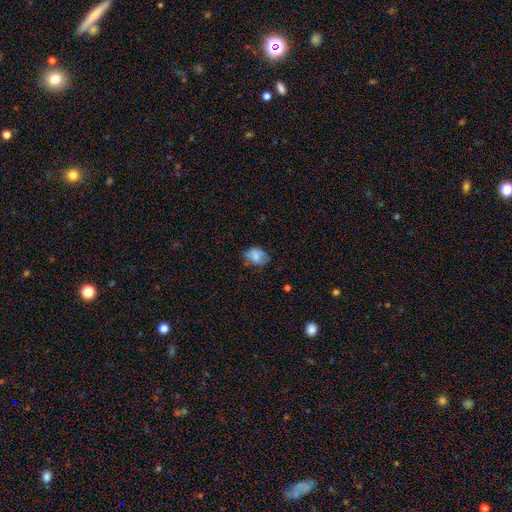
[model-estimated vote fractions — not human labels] Overall: smooth (79%). How rounded: in between (69%; round 30%). Merging: none (61%; minor disturbance 30%).